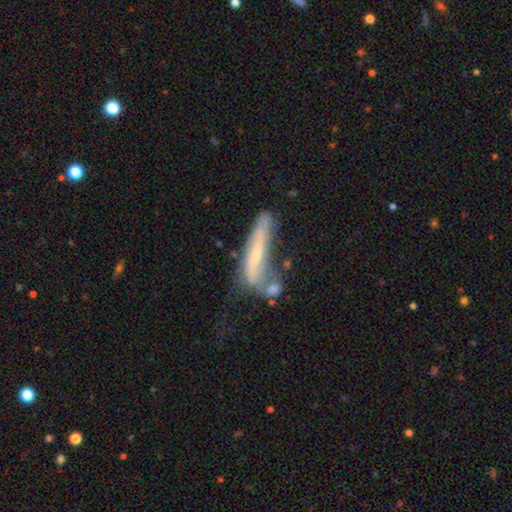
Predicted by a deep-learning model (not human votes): Morphology: type=featured or disk (52%); edge-on=yes (53%); merging=none (29%, tied with merger).